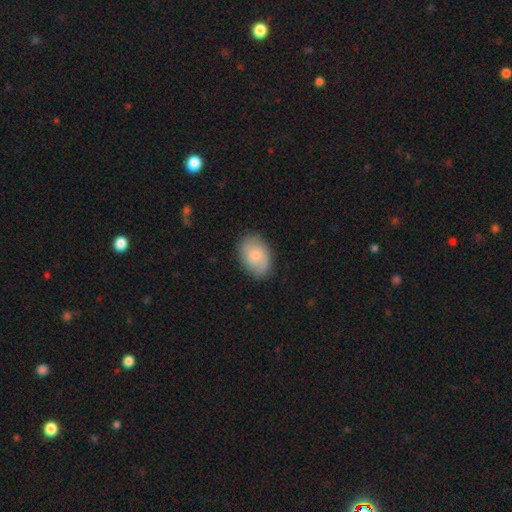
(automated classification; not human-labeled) Smooth or featured?
  - smooth: 71% *
  - featured or disk: 22%
  - star or artifact: 7%
How rounded?
  - in between: 80% *
  - round: 19%
  - cigar-shaped: 1%
Merging?
  - none: 81% *
  - minor disturbance: 14%
  - major disturbance: 3%
  - merger: 1%